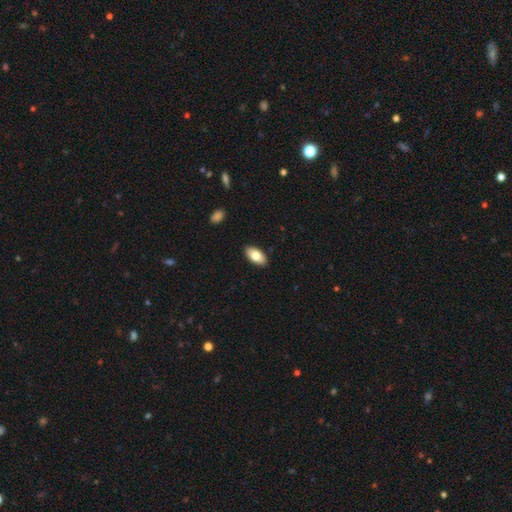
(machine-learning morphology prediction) type=smooth (77%); roundness=in between (92%); merging=none (90%).